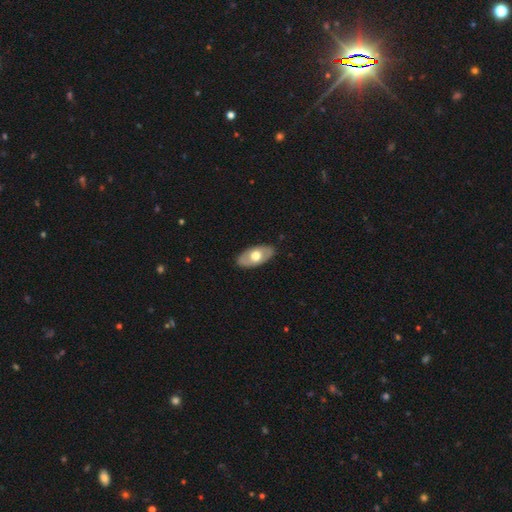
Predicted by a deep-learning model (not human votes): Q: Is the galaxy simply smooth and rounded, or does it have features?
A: smooth — 55%.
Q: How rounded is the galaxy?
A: in between — 92%.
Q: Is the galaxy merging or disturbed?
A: none — 87%.